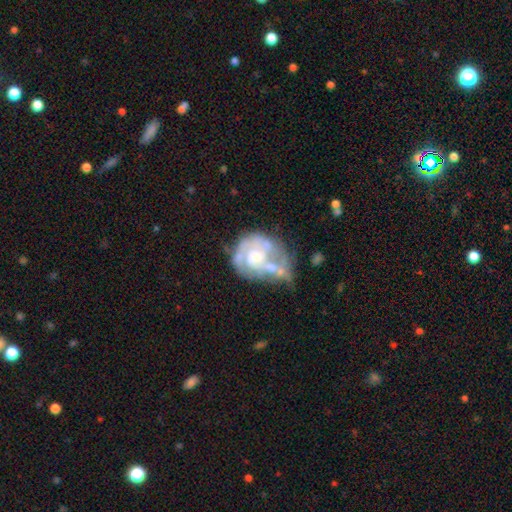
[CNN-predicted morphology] Smooth or featured? featured or disk (76%)
Edge-on disk? no (98%)
Bar? no (76%)
Spiral arms? yes (71%)
Spiral winding? tight (54%)
Spiral arm count? can't tell (35%)
Bulge size? small (46%)
Merging? none (33%)